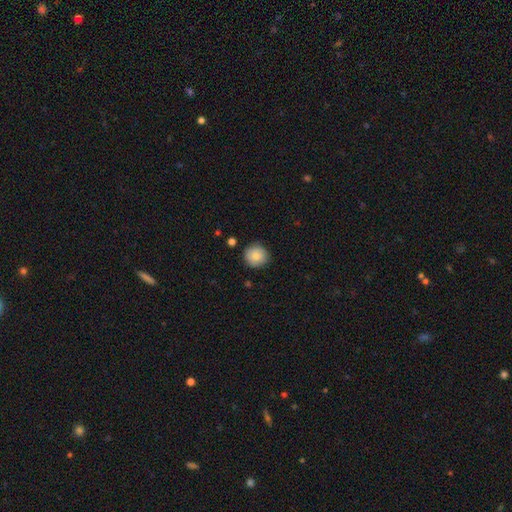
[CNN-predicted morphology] smooth_or_featured: smooth (p=0.84) [alt: featured or disk p=0.09]
how_rounded: round (p=0.93) [alt: in between p=0.06]
merging: none (p=0.87) [alt: minor disturbance p=0.09]